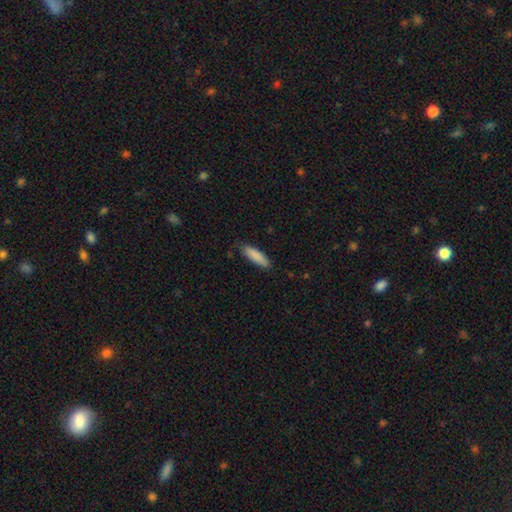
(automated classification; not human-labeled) The model was most divided on "how rounded": cigar-shaped: 63%, in between: 36%, round: 1%. More confident: smooth or featured — smooth (88%); merging — none (83%).